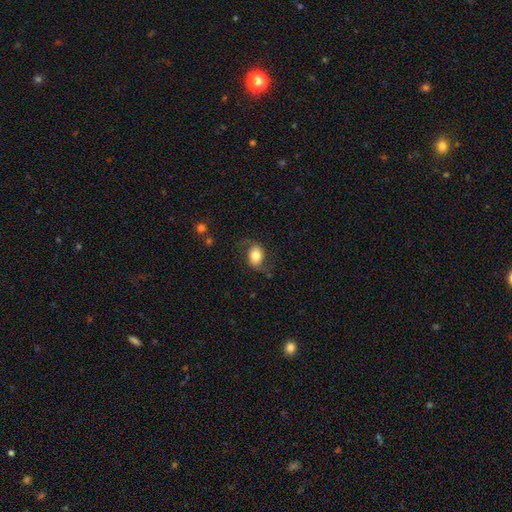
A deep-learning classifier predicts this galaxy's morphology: Smooth or featured: smooth — 52% (featured or disk — 40%)
How rounded: in between — 64% (round — 34%)
Merging: none — 67% (minor disturbance — 19%)